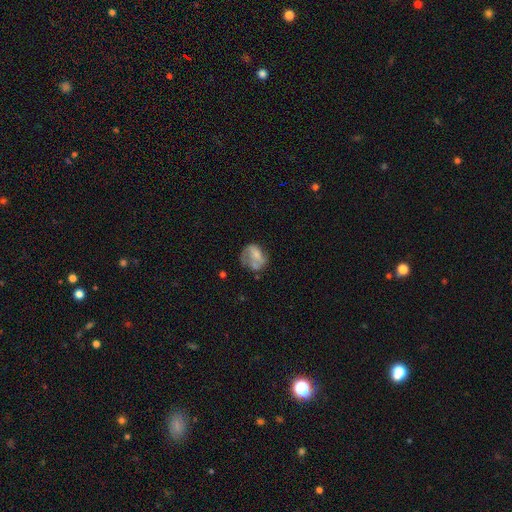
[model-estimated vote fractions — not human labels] Smooth or featured? smooth (50%)
Merging? none (38%)